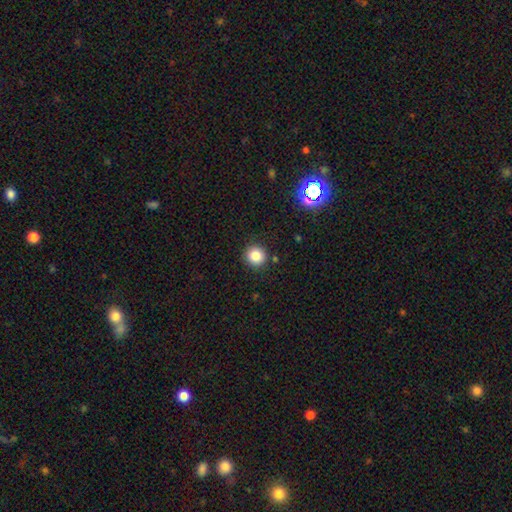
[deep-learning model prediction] A smooth galaxy with no disk features (84%) that is round (93%).

Vote fractions:
- Smooth or featured? smooth: 84% / star or artifact: 12% / featured or disk: 4%
- How rounded? round: 93% / in between: 6% / cigar-shaped: 1%
- Merging? none: 89% / minor disturbance: 7% / major disturbance: 2% / merger: 2%